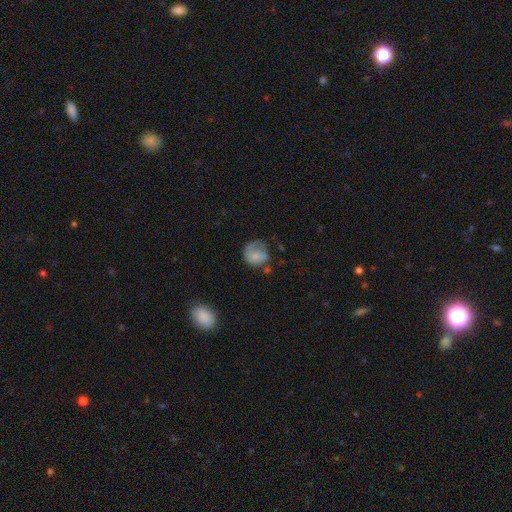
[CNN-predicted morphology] This is likely a smooth galaxy (62%). How rounded: likely round (68%). Merging: marginally none (38%).